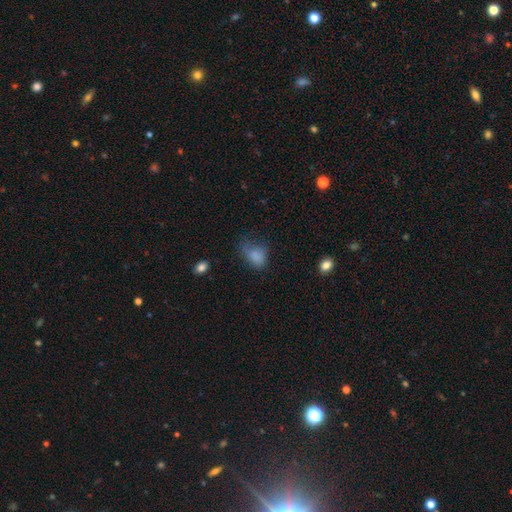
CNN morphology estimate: Overall: smooth (80%). How rounded: in between (80%). Merging: none (36%; minor disturbance 33%).